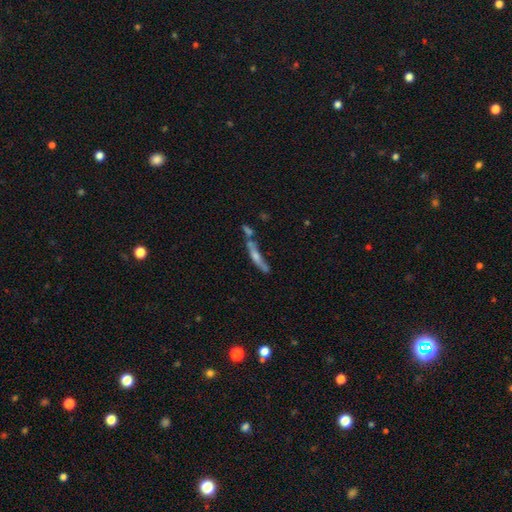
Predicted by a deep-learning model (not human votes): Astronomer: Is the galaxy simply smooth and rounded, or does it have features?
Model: featured or disk — 56% (runner-up: smooth, 33%).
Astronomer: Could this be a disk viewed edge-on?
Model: yes — 81%.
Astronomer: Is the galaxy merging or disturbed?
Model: none — 45% (runner-up: merger, 28%).